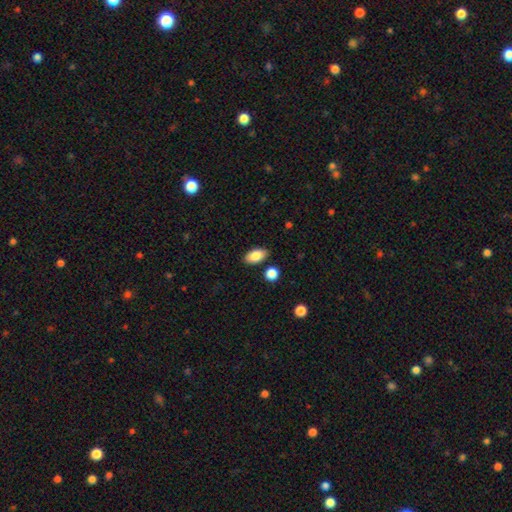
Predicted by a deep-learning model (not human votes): smooth-or-featured: smooth: 86% | star or artifact: 7% | featured or disk: 7%
  how-rounded: in between: 92% | round: 5% | cigar-shaped: 3%
  merging: none: 84% | minor disturbance: 10% | merger: 4% | major disturbance: 2%